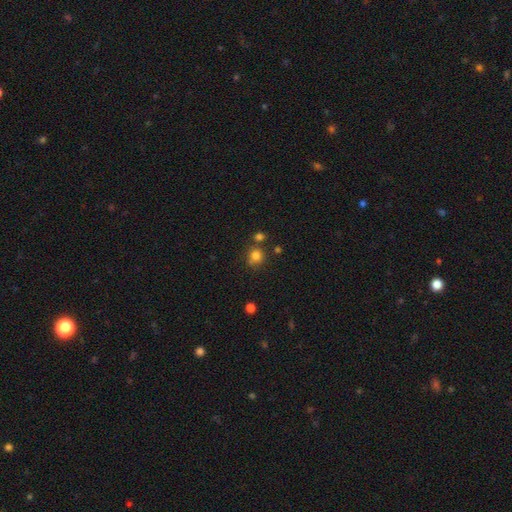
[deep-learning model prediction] Overall: smooth (81%). How rounded: round (88%). Merging: none (73%).